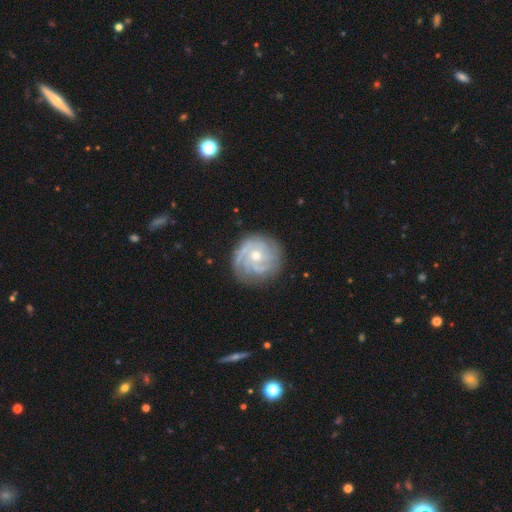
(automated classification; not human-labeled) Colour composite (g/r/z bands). It shows a featured or disk galaxy (82%) with no bar (76%), tight (70%) spiral arms (95%) and a moderate central bulge (50%). Merging: none (78%).